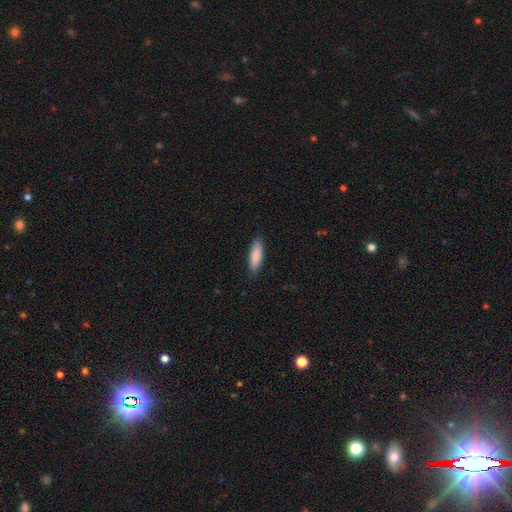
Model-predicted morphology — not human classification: Q: Smooth or featured?
A: smooth (86%); runner-up: featured or disk (9%)
Q: How rounded?
A: cigar-shaped (52%); runner-up: in between (47%)
Q: Merging?
A: none (86%); runner-up: minor disturbance (11%)